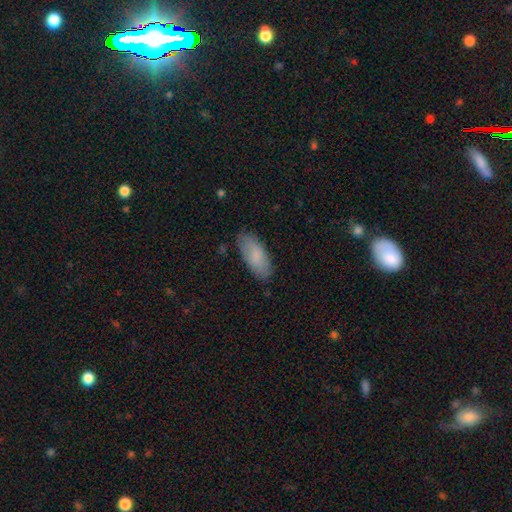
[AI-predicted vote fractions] smooth_or_featured: smooth (p=0.84) [alt: featured or disk p=0.11]
how_rounded: in between (p=0.84) [alt: cigar-shaped p=0.14]
merging: none (p=0.82) [alt: minor disturbance p=0.14]